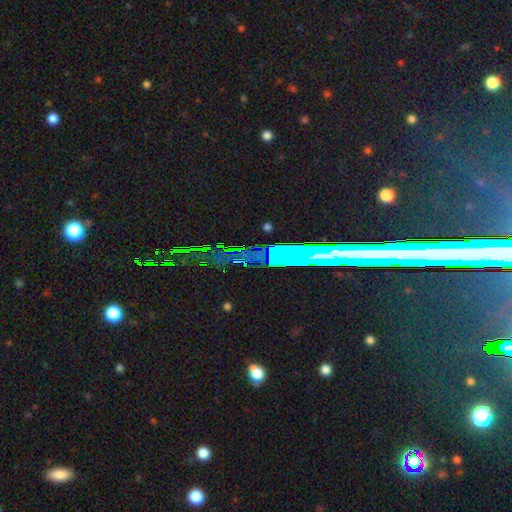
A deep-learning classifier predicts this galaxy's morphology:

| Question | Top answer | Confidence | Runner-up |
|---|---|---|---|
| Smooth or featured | star or artifact | 72% | featured or disk (16%) |